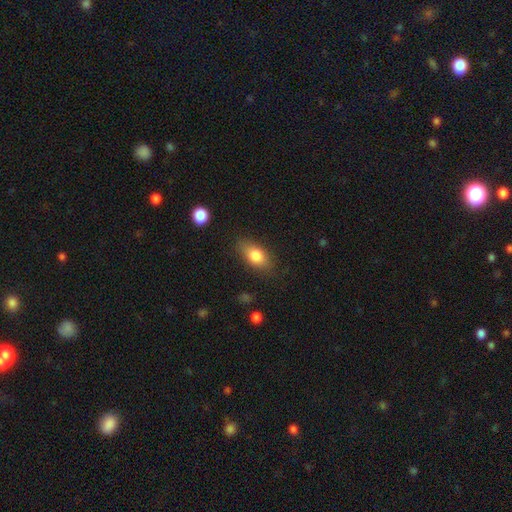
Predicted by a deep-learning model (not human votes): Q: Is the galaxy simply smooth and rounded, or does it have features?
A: smooth — 80%.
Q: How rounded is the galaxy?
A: in between — 85%.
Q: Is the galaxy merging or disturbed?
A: none — 79%.